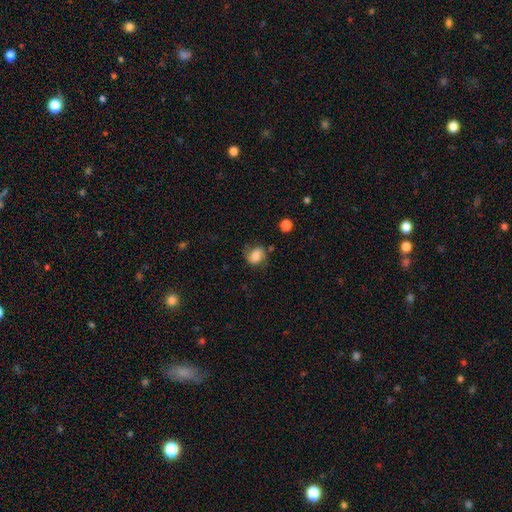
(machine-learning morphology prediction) smooth_or_featured: smooth (p=0.57) [alt: featured or disk p=0.33]
how_rounded: round (p=0.50) [alt: in between p=0.49]
merging: none (p=0.64) [alt: minor disturbance p=0.23]